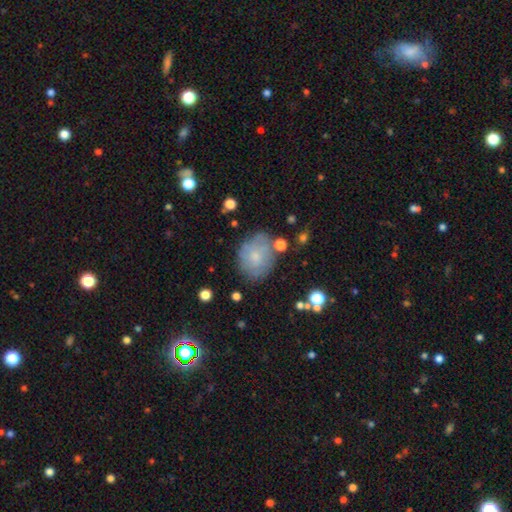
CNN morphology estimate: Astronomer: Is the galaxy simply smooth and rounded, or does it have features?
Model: smooth — 62%.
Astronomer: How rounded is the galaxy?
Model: in between — 55% (runner-up: round, 44%).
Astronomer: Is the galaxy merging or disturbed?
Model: none — 67%.